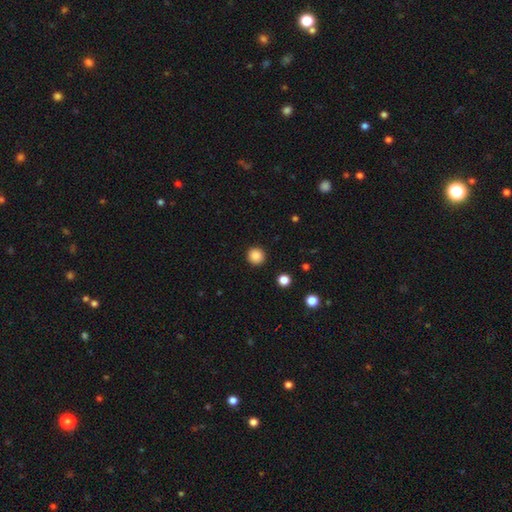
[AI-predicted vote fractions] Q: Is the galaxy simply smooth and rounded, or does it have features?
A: smooth — 87%.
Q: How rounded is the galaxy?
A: round — 94%.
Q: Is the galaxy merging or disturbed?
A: none — 92%.